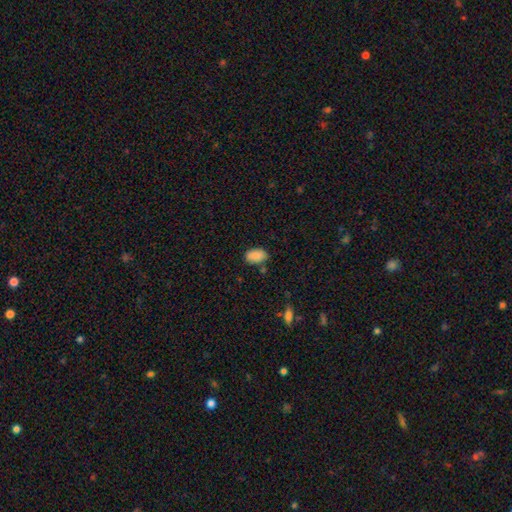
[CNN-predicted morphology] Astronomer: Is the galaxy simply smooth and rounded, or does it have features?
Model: smooth — 89%.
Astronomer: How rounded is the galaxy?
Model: in between — 92%.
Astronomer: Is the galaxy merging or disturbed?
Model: none — 77%.